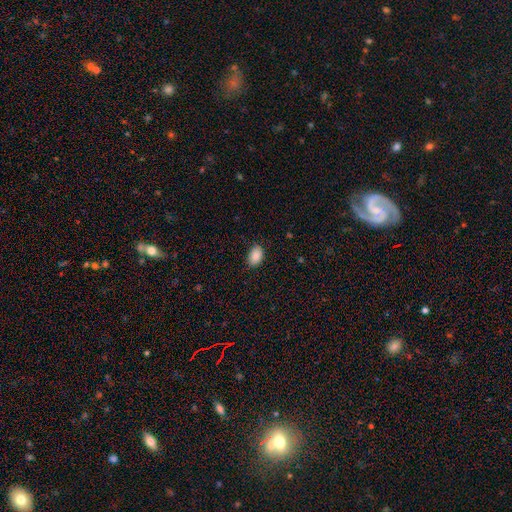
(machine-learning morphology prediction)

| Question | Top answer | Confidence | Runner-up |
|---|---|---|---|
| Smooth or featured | smooth | 88% | star or artifact (7%) |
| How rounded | in between | 88% | round (10%) |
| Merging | none | 84% | minor disturbance (13%) |